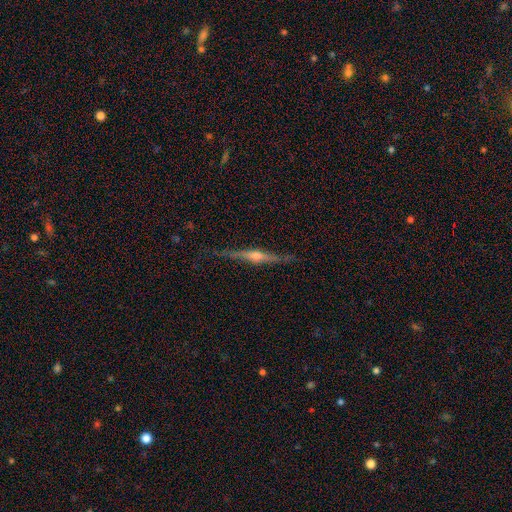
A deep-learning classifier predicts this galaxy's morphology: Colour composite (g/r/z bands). It shows a featured or disk galaxy (80%) viewed edge-on (97%) with a rounded central bulge (88%). Merging: none (84%).